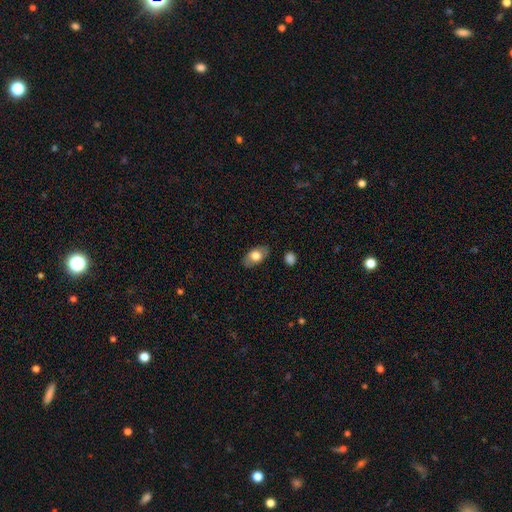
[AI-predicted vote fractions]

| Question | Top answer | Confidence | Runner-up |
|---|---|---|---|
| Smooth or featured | smooth | 73% | featured or disk (21%) |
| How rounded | in between | 90% | round (7%) |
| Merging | none | 83% | minor disturbance (12%) |